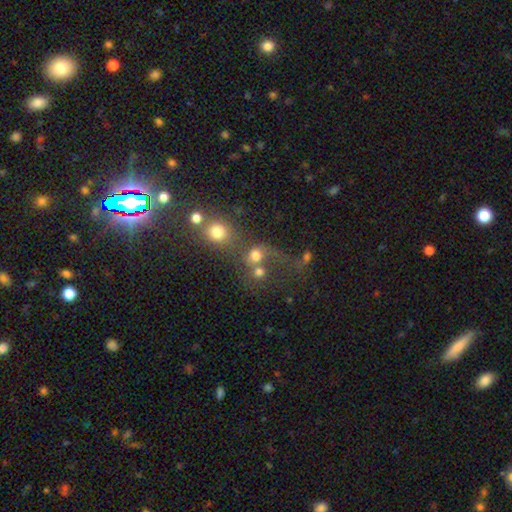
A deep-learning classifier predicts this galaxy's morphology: smooth-or-featured: smooth: 69% | star or artifact: 17% | featured or disk: 14%
  how-rounded: round: 80% | in between: 18% | cigar-shaped: 1%
  merging: merger: 45% | none: 34% | major disturbance: 12% | minor disturbance: 9%